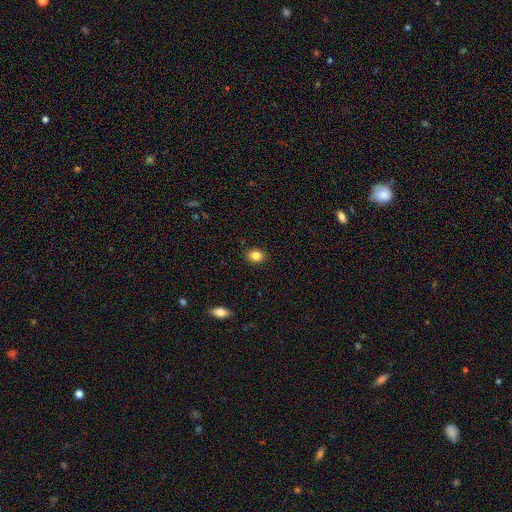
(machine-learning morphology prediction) Q: Smooth or featured?
A: smooth (84%); runner-up: star or artifact (10%)
Q: How rounded?
A: in between (50%); runner-up: round (49%)
Q: Merging?
A: none (89%); runner-up: minor disturbance (8%)